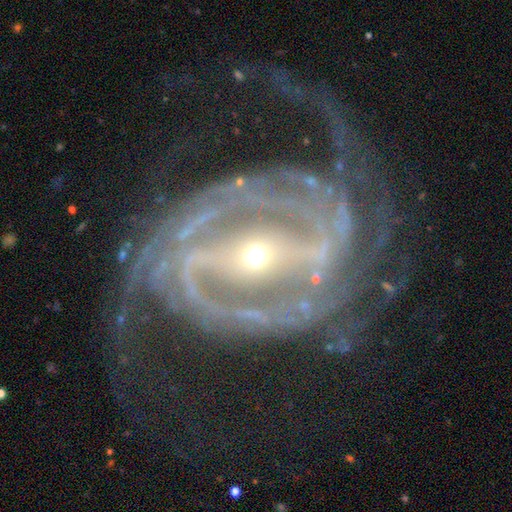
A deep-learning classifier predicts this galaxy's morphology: This appears to be a featured or disk galaxy (92%) with a strong bar (64%), 2 (51%) tight (46%) spiral arms (98%) and a small central bulge (66%). Merging: none (59%).